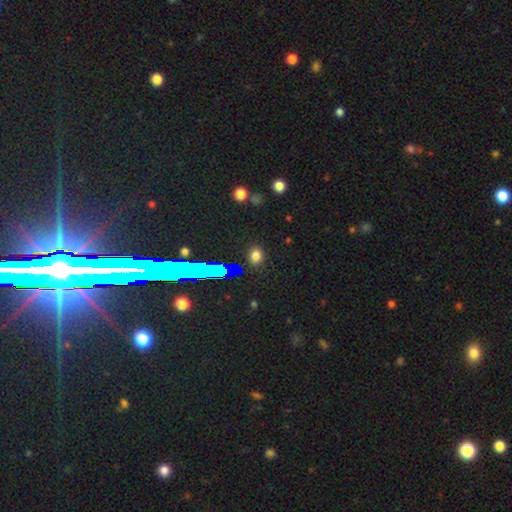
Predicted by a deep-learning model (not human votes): Smooth or featured?
  - smooth: 75% *
  - star or artifact: 19%
  - featured or disk: 6%
How rounded?
  - in between: 49% *
  - round: 48%
  - cigar-shaped: 3%
Merging?
  - none: 87% *
  - minor disturbance: 8%
  - major disturbance: 3%
  - merger: 2%